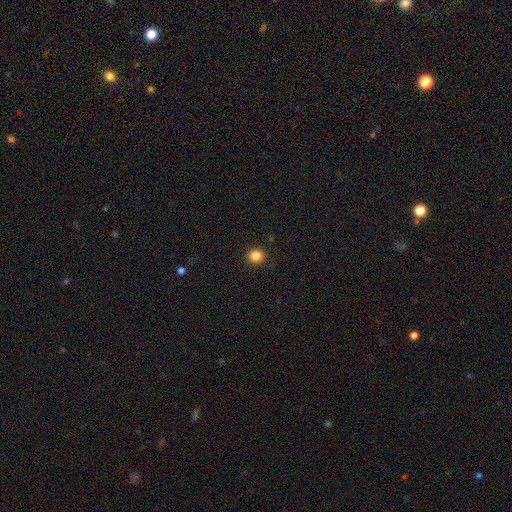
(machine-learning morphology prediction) smooth 86%, star or artifact 11%, featured or disk 3%. Down the decision tree: how rounded — round (86%); merging — none (91%).